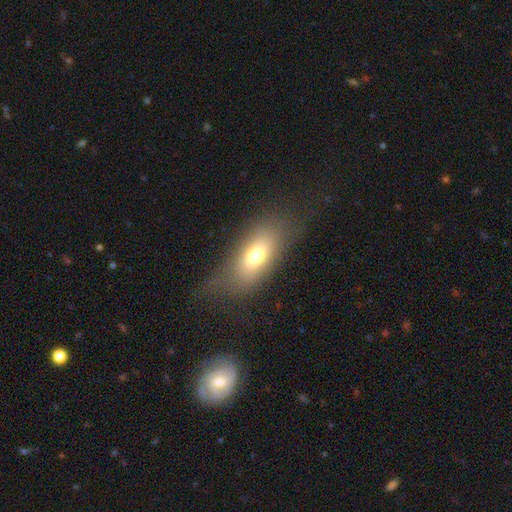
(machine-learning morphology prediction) Q: Smooth or featured?
A: smooth (70%); runner-up: featured or disk (20%)
Q: How rounded?
A: in between (82%); runner-up: cigar-shaped (10%)
Q: Merging?
A: none (64%); runner-up: minor disturbance (19%)